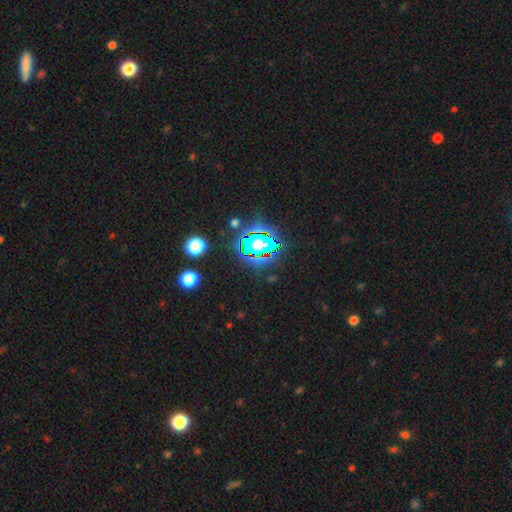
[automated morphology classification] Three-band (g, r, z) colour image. It shows a star or artifact, not a galaxy (83%).